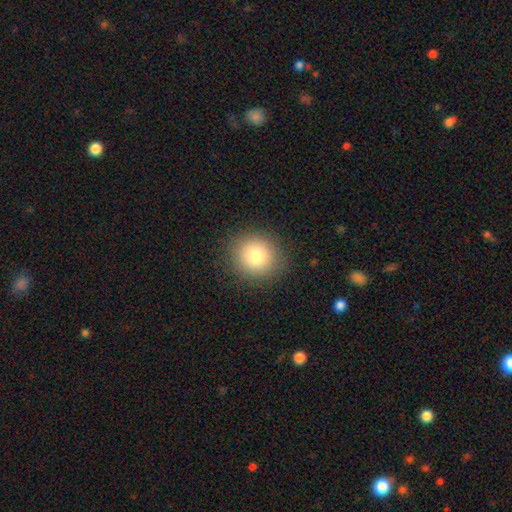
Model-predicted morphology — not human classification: This is clearly a smooth galaxy (82%). How rounded: clearly round (87%). Merging: clearly none (89%).